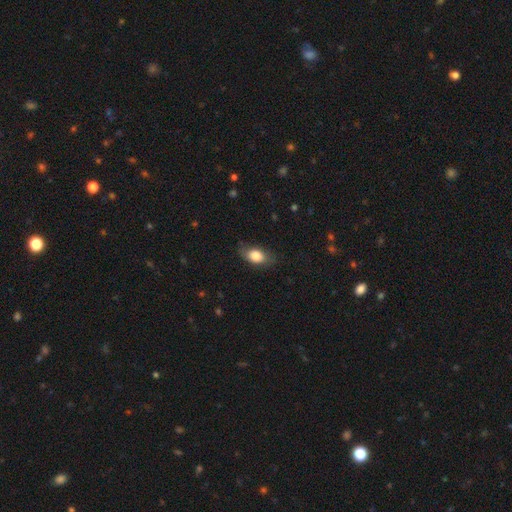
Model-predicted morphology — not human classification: Overall: smooth (81%). How rounded: in between (86%). Merging: none (71%).